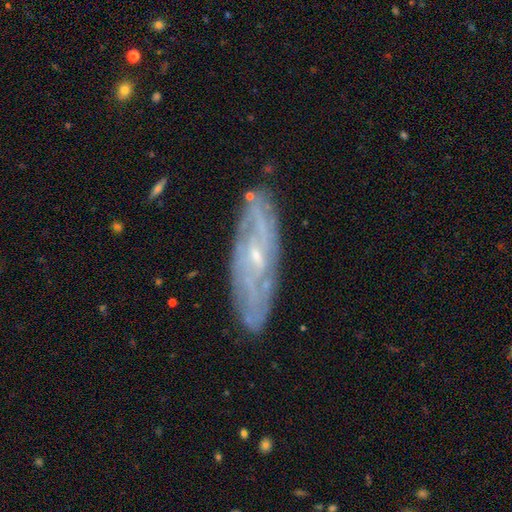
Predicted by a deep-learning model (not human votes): A featured or disk galaxy (79%) with no bar (53%), tight (62%) spiral arms (87%) and a small central bulge (75%). Merging: none (83%).